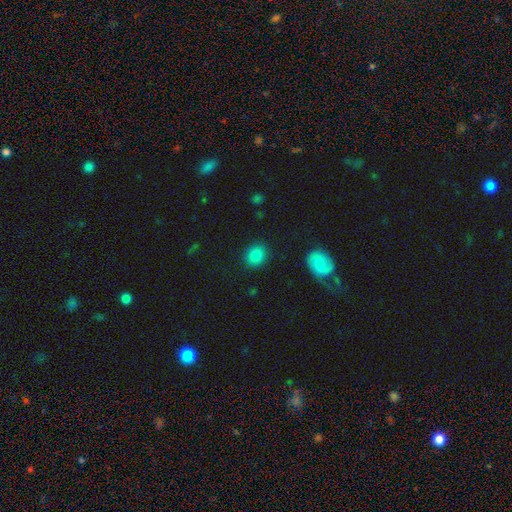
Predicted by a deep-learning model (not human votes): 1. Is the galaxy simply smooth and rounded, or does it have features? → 85% smooth, 9% star or artifact, 6% featured or disk.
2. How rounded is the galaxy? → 66% round, 33% in between, 1% cigar-shaped.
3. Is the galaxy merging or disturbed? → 88% none, 8% minor disturbance, 2% major disturbance, 2% merger.